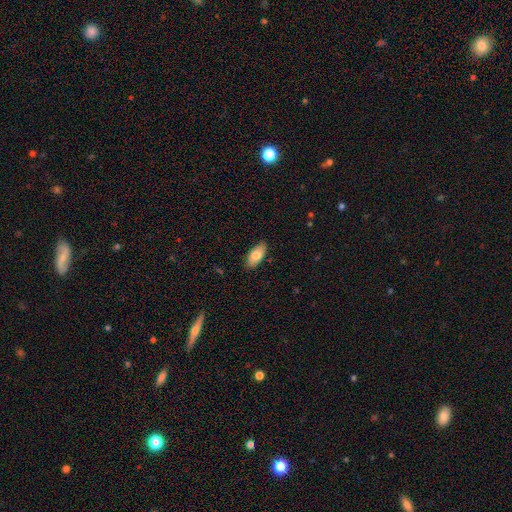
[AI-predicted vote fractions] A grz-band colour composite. It shows a smooth galaxy with no disk features (81%) that is in between round and cigar-shaped (91%). Merging: none (86%).